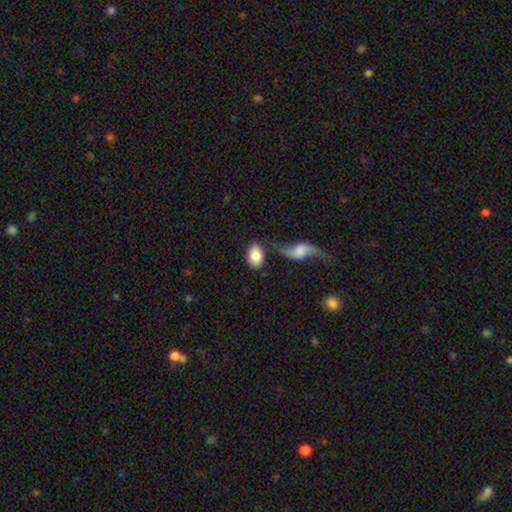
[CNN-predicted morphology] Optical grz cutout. It shows a smooth galaxy with no disk features (83%) that is in between round and cigar-shaped (87%). Merging: none (61%).